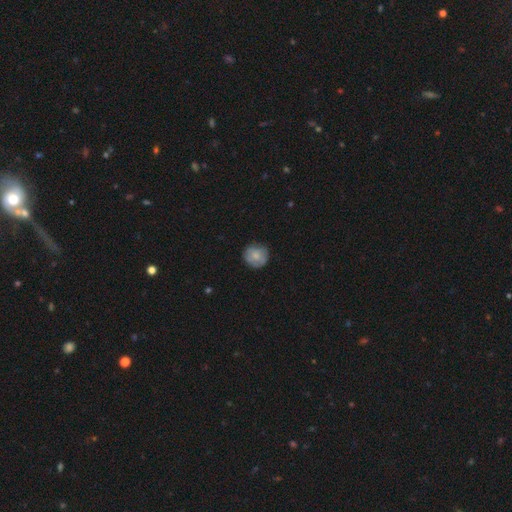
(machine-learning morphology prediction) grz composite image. It shows a smooth galaxy with no disk features (72%) that is round (89%). Merging: none (78%).